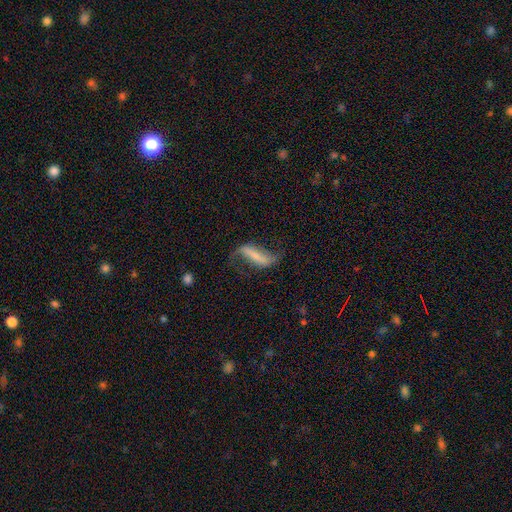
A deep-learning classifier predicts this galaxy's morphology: smooth-or-featured: featured or disk: 74% | smooth: 18% | star or artifact: 8%
  disk-edge-on: no: 89% | yes: 11%
    bar: strong: 64% | weak: 21% | no: 15%
    has-spiral-arms: yes: 89% | no: 11%
      spiral-winding: loose: 89% | medium: 8% | tight: 3%
      spiral-arm-count: 2: 89% | 1: 6% | can't tell: 2% | 3: 1% | 4: 1% | more than 4: 1%
    bulge-size: none: 56% | small: 26% | moderate: 10% | large: 4% | dominant: 3%
  merging: none: 60% | major disturbance: 19% | minor disturbance: 18% | merger: 3%